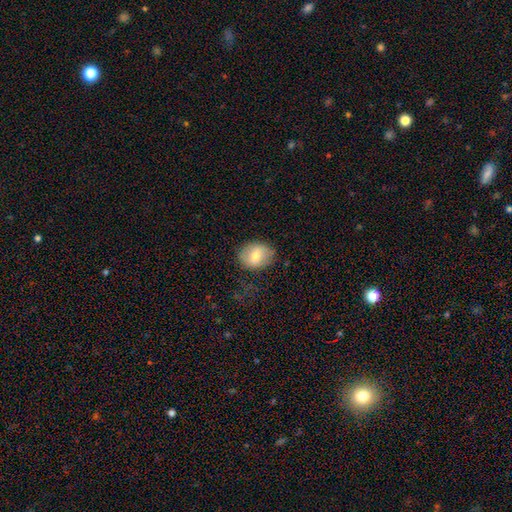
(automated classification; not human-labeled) smooth_or_featured: smooth (p=0.72) [alt: featured or disk p=0.20]
how_rounded: in between (p=0.54) [alt: round p=0.45]
merging: none (p=0.79) [alt: minor disturbance p=0.15]